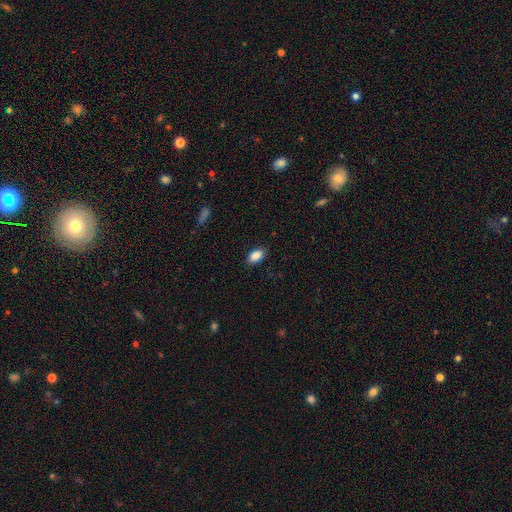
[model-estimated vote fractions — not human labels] smooth-or-featured: smooth: 89% | star or artifact: 8% | featured or disk: 3%
  how-rounded: in between: 92% | round: 6% | cigar-shaped: 2%
  merging: none: 87% | minor disturbance: 10% | major disturbance: 2% | merger: 1%